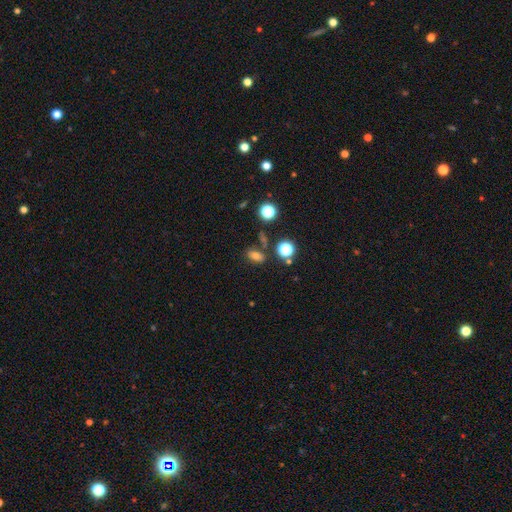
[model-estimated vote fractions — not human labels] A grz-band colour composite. It shows a smooth galaxy with no disk features (72%) that is in between round and cigar-shaped (78%). Merging: none (75%).